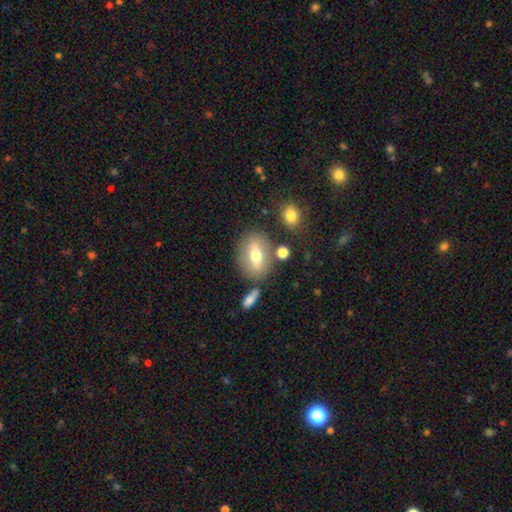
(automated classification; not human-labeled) Morphology: type=smooth (52%); roundness=in between (70%); merging=none (74%).